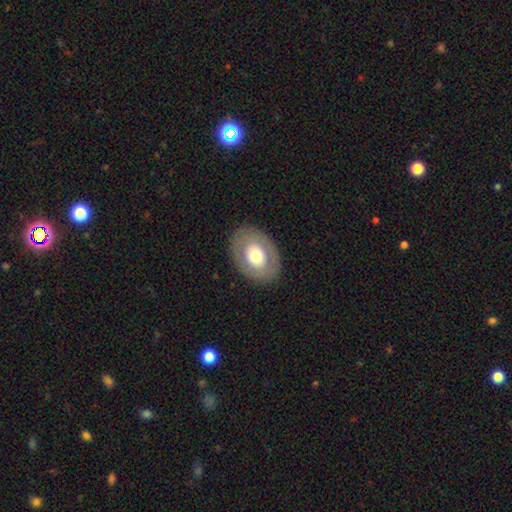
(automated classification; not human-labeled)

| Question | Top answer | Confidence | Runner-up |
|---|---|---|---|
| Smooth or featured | smooth | 58% | featured or disk (36%) |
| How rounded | in between | 73% | round (26%) |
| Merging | none | 85% | minor disturbance (10%) |